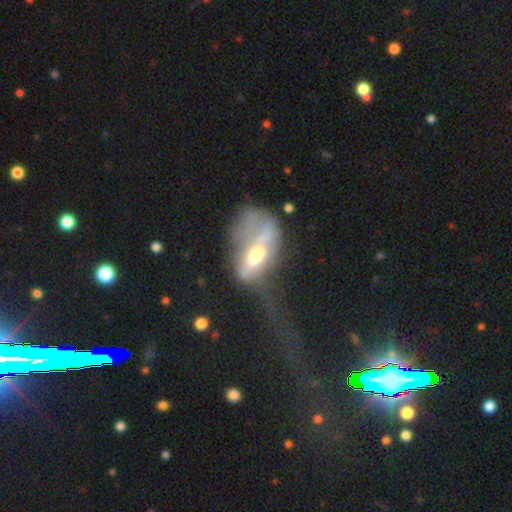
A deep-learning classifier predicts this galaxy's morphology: featured or disk 49%, smooth 41%, star or artifact 10%. Down the decision tree: merging — major disturbance (58%).